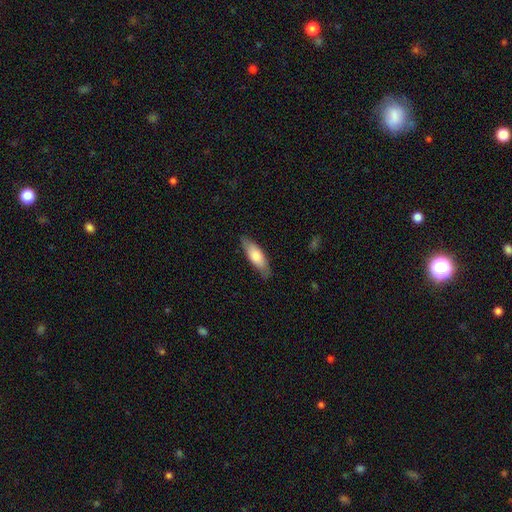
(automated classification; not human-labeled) Q: Smooth or featured?
A: smooth (73%); runner-up: featured or disk (22%)
Q: How rounded?
A: in between (58%); runner-up: cigar-shaped (40%)
Q: Merging?
A: none (78%); runner-up: minor disturbance (17%)